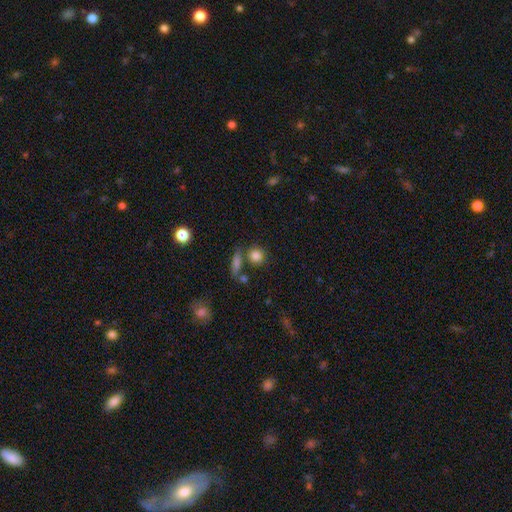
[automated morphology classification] Smooth or featured?
  - smooth: 83% *
  - star or artifact: 10%
  - featured or disk: 7%
How rounded?
  - round: 81% *
  - in between: 17%
  - cigar-shaped: 2%
Merging?
  - none: 69% *
  - merger: 15%
  - minor disturbance: 12%
  - major disturbance: 5%